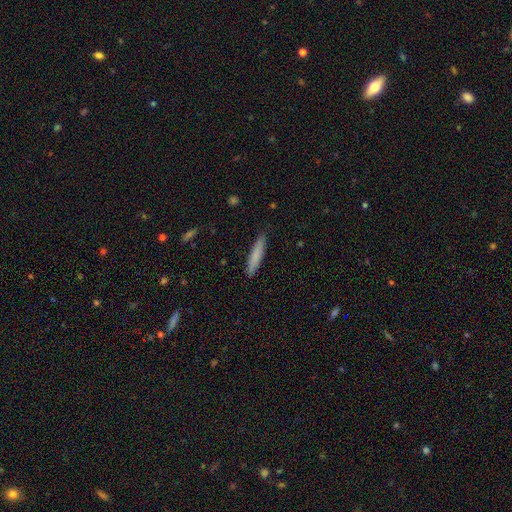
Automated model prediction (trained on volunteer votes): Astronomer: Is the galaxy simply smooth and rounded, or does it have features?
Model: smooth — 80%.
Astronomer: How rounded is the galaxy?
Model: cigar-shaped — 92%.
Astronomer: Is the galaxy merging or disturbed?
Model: none — 89%.